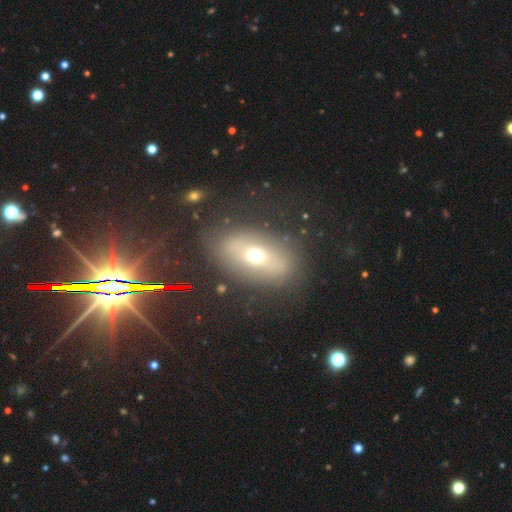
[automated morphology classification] smooth 51%, featured or disk 35%, star or artifact 14%. Down the decision tree: how rounded — in between (75%); merging — none (73%).